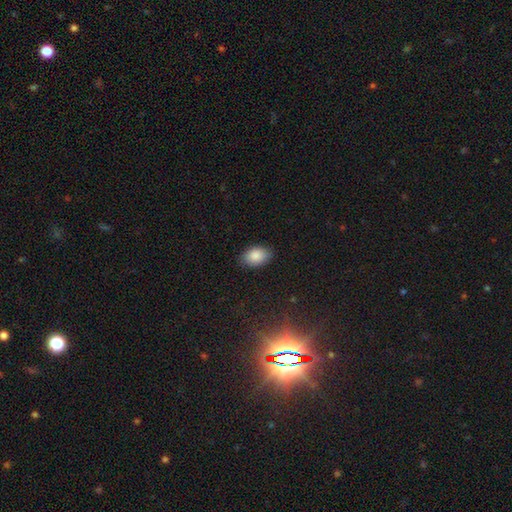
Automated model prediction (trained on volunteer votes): Overall: smooth (87%). How rounded: in between (89%). Merging: none (85%).